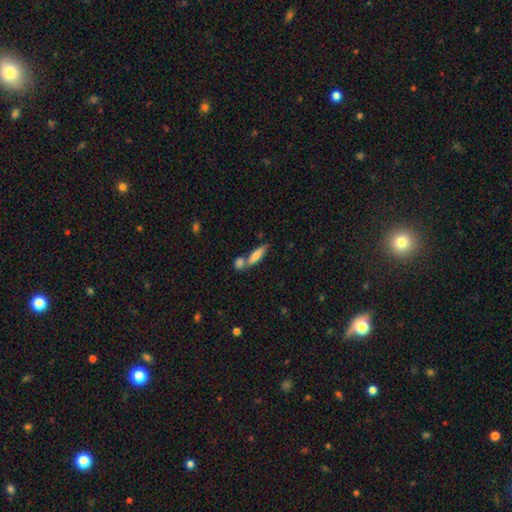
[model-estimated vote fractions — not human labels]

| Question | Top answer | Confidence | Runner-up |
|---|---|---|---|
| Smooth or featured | smooth | 75% | featured or disk (19%) |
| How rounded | cigar-shaped | 59% | in between (38%) |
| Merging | none | 47% | merger (39%) |